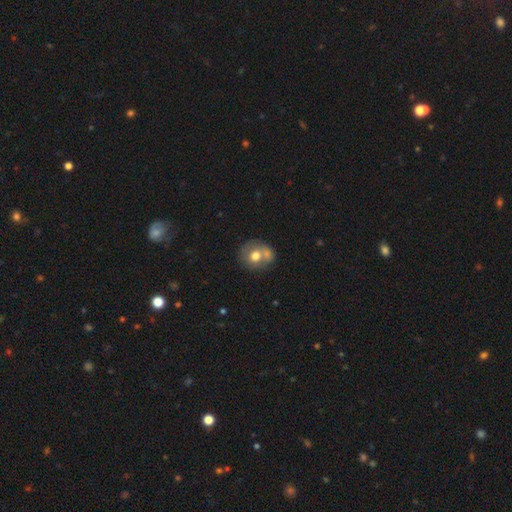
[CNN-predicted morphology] Q: Smooth or featured?
A: smooth (66%); runner-up: featured or disk (26%)
Q: How rounded?
A: round (77%); runner-up: in between (23%)
Q: Merging?
A: merger (45%); runner-up: none (38%)